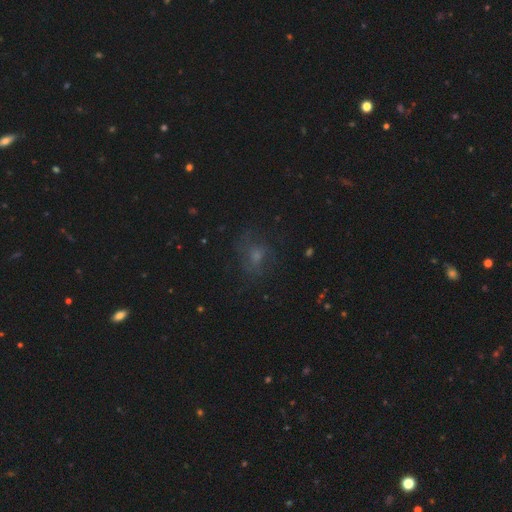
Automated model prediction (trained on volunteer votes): Smooth or featured? smooth (43%)
Merging? none (63%)